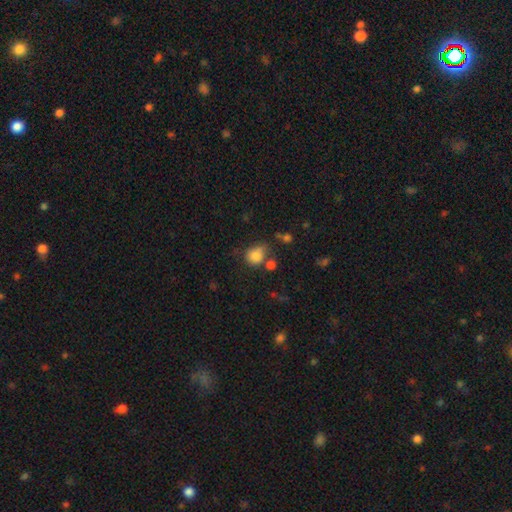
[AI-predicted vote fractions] Overall: smooth (81%). How rounded: round (66%; in between 33%). Merging: none (50%; minor disturbance 24%).